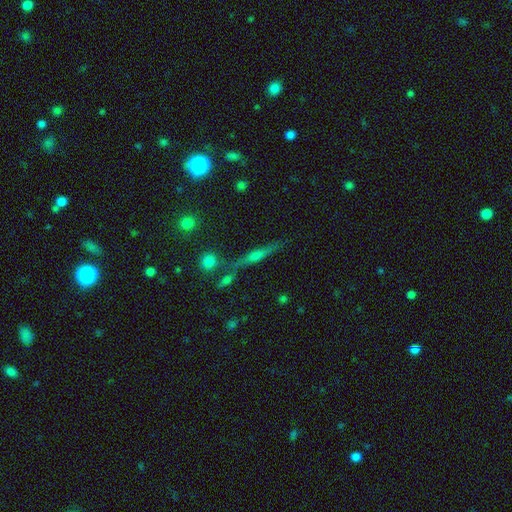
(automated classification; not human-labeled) Q: Smooth or featured?
A: featured or disk (58%); runner-up: smooth (28%)
Q: Edge-on disk?
A: yes (94%); runner-up: no (6%)
Q: Edge-on bulge?
A: rounded (69%); runner-up: none (19%)
Q: Merging?
A: none (76%); runner-up: minor disturbance (11%)